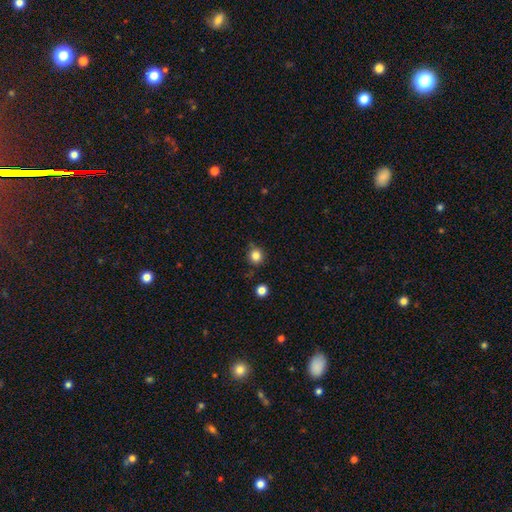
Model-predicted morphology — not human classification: smooth-or-featured: smooth: 83% | star or artifact: 12% | featured or disk: 5%
  how-rounded: round: 92% | in between: 7% | cigar-shaped: 1%
  merging: none: 80% | minor disturbance: 13% | merger: 3% | major disturbance: 3%